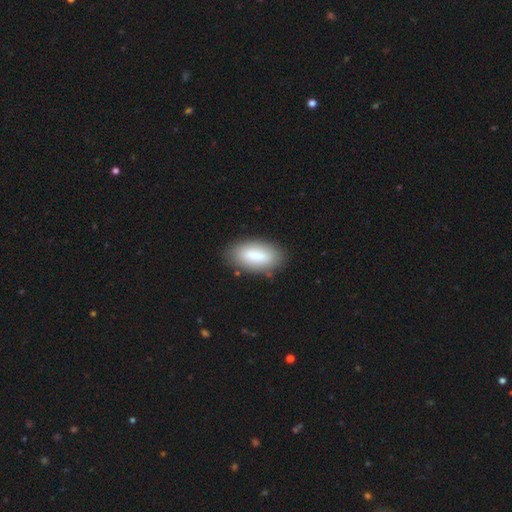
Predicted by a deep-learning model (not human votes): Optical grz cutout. It shows a smooth galaxy with no disk features (77%) that is in between round and cigar-shaped (88%). Merging: none (79%).